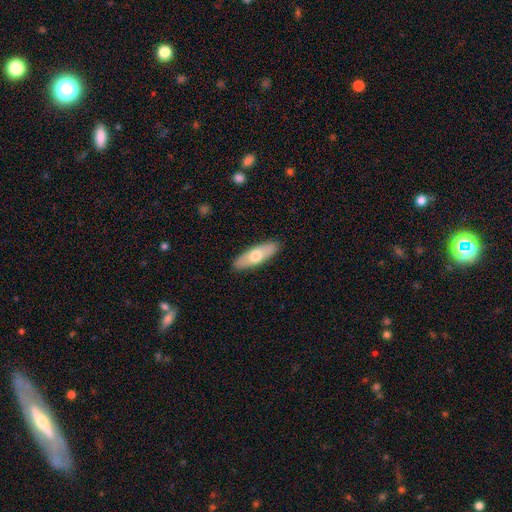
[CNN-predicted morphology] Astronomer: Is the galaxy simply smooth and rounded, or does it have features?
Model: smooth — 63%.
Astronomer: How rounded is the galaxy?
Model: in between — 53% (runner-up: cigar-shaped, 45%).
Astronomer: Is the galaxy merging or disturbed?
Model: none — 89%.